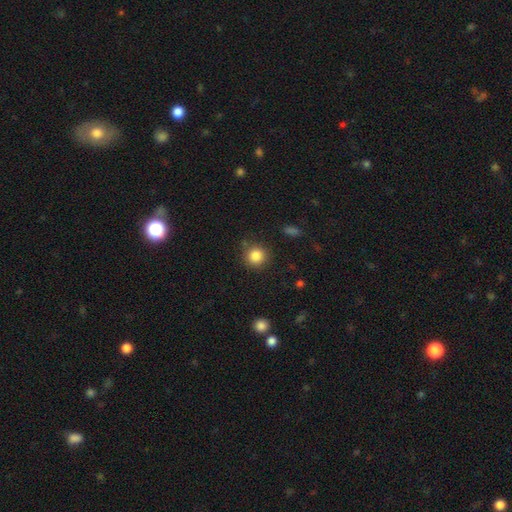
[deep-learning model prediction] Morphology: type=smooth (84%); roundness=round (92%); merging=none (86%).